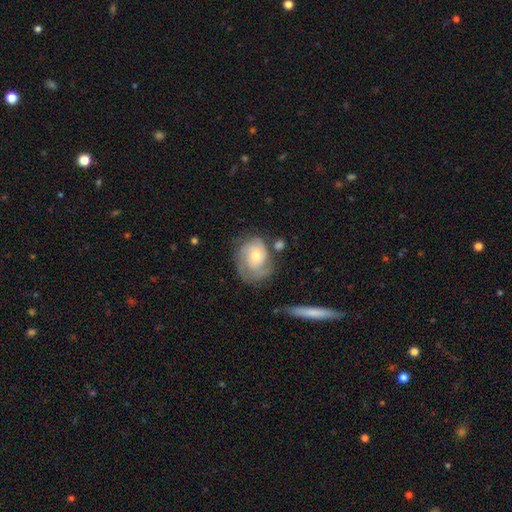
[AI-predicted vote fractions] Smooth or featured: featured or disk — 69% (smooth — 24%)
Edge-on disk: no — 96% (yes — 4%)
Bar: no — 75% (weak — 21%)
Spiral arms: yes — 89% (no — 11%)
Spiral winding: tight — 60% (medium — 30%)
Spiral arm count: 2 — 34% (can't tell — 31%)
Bulge size: moderate — 56% (small — 38%)
Merging: none — 57% (minor disturbance — 23%)